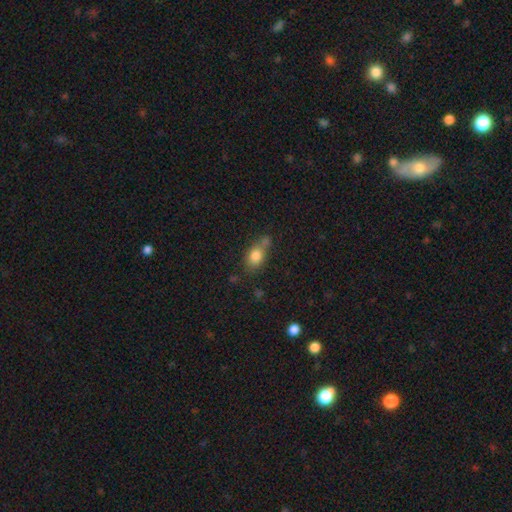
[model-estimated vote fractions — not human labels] smooth 80%, featured or disk 11%, star or artifact 9%. Down the decision tree: how rounded — in between (71%); merging — none (46%).